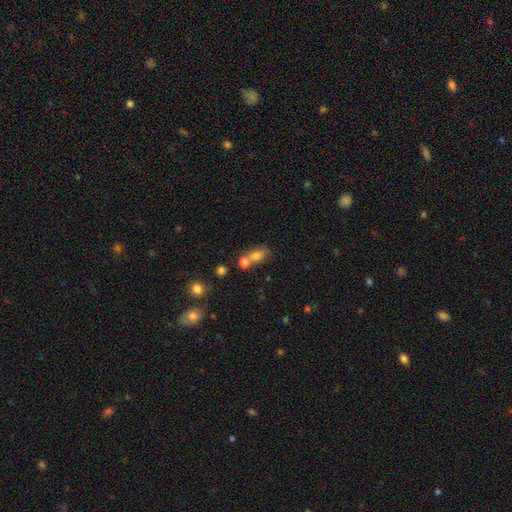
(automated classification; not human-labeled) This appears to be a smooth galaxy with no disk features (75%) that is in between round and cigar-shaped (72%). Merging: merger (43%).